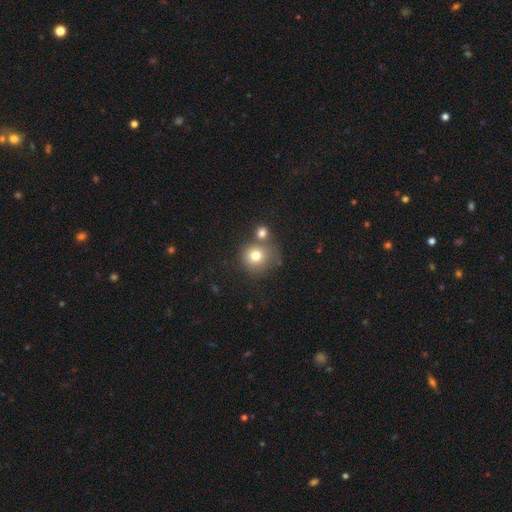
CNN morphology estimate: Smooth or featured?
  - smooth: 76% *
  - star or artifact: 13%
  - featured or disk: 11%
How rounded?
  - round: 89% *
  - in between: 10%
  - cigar-shaped: 1%
Merging?
  - none: 58% *
  - merger: 26%
  - minor disturbance: 11%
  - major disturbance: 5%